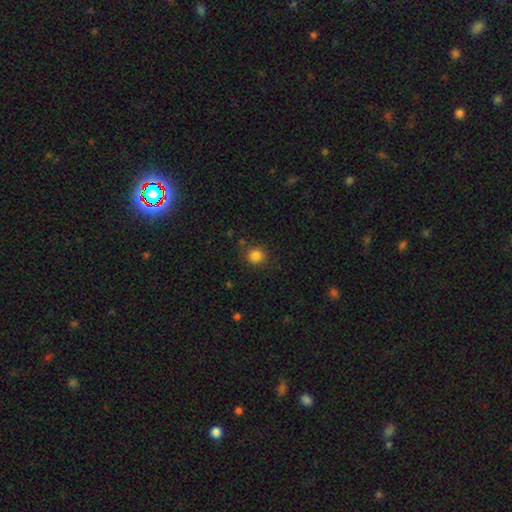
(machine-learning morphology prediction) The model was most divided on "how rounded": round: 84%, in between: 15%, cigar-shaped: 1%. More confident: smooth or featured — smooth (84%); merging — none (83%).